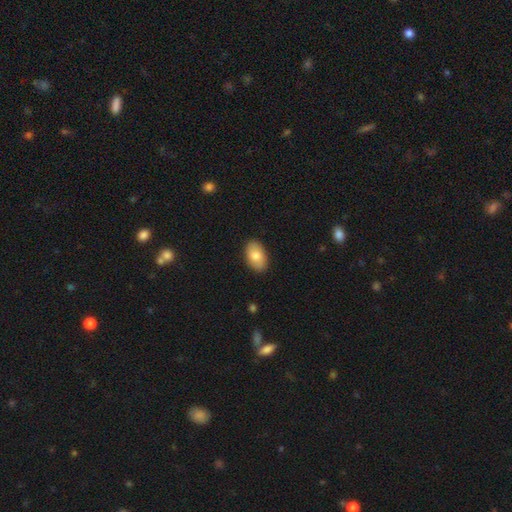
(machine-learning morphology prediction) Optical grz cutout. It shows a smooth galaxy with no disk features (79%) that is in between round and cigar-shaped (93%). Merging: none (87%).